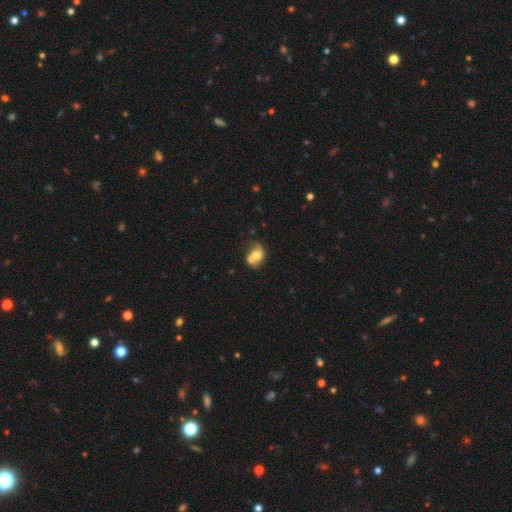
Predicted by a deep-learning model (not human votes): Overall: smooth (58%; featured or disk 33%). How rounded: in between (58%; round 40%). Merging: merger (51%; none 28%).